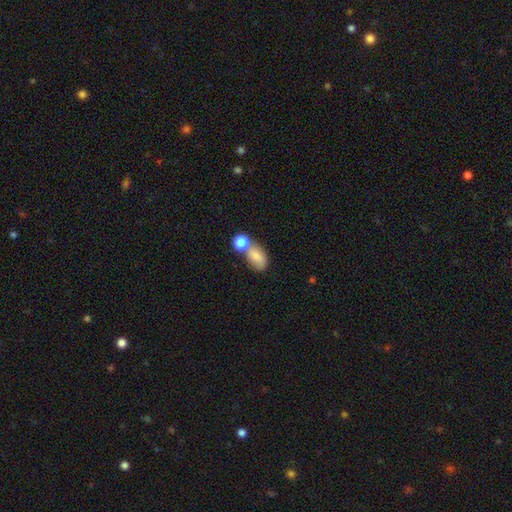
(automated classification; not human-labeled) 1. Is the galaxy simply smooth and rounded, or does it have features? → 78% smooth, 13% featured or disk, 9% star or artifact.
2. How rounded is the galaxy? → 82% in between, 15% round, 3% cigar-shaped.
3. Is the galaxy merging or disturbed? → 45% merger, 33% none, 14% minor disturbance, 8% major disturbance.